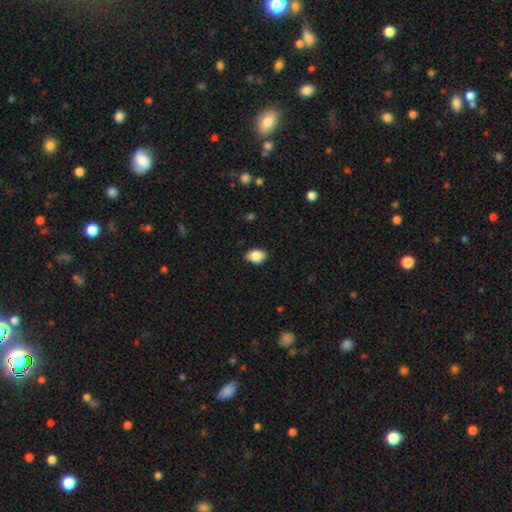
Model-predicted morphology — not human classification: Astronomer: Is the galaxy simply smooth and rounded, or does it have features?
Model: smooth — 86%.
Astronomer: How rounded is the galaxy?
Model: in between — 82%.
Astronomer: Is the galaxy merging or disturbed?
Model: none — 84%.